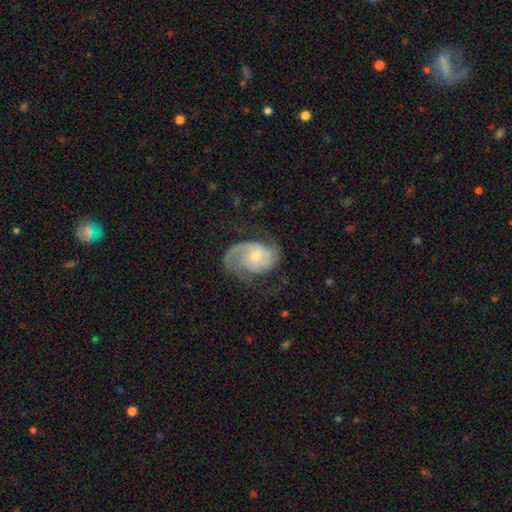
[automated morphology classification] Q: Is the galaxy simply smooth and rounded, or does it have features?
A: featured or disk — 85%.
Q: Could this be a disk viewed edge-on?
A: no — 97%.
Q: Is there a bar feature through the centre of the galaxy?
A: no — 63%.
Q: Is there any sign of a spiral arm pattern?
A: yes — 96%.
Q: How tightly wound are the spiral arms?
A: medium — 47%.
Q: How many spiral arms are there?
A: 2 — 76%.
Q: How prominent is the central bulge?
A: small — 57%.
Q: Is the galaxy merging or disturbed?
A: none — 63%.